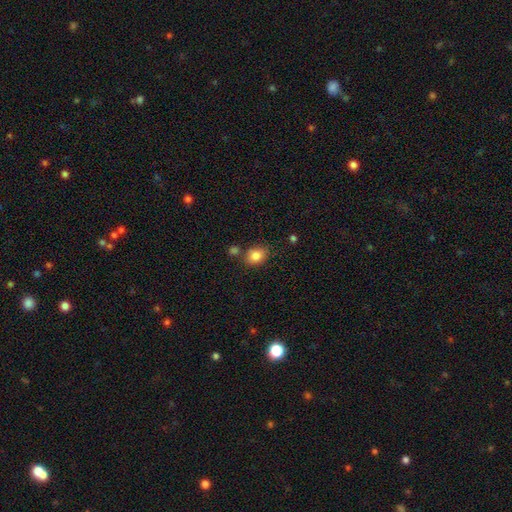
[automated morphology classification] This appears to be a smooth galaxy with no disk features (84%) that is in between round and cigar-shaped (59%). Merging: none (71%).